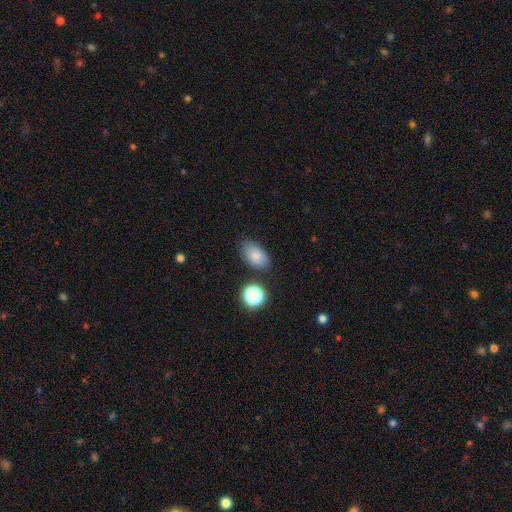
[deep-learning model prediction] A smooth galaxy with no disk features (81%) that is in between round and cigar-shaped (87%).

Vote fractions:
- Smooth or featured? smooth: 81% / star or artifact: 11% / featured or disk: 8%
- How rounded? in between: 87% / round: 11% / cigar-shaped: 2%
- Merging? none: 77% / minor disturbance: 15% / merger: 4% / major disturbance: 4%